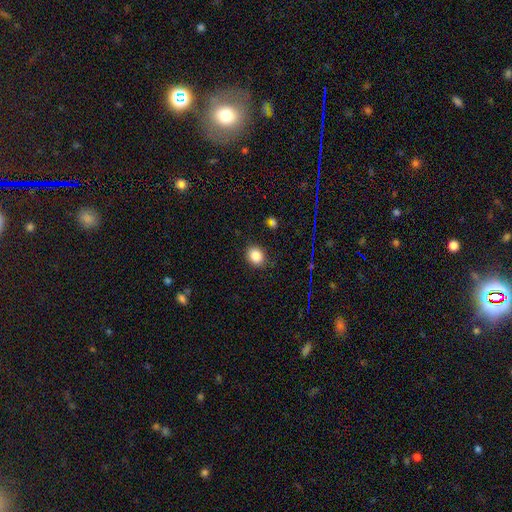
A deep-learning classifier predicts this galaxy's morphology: This appears to be a smooth galaxy with no disk features (85%) that is round (59%). Merging: none (84%).